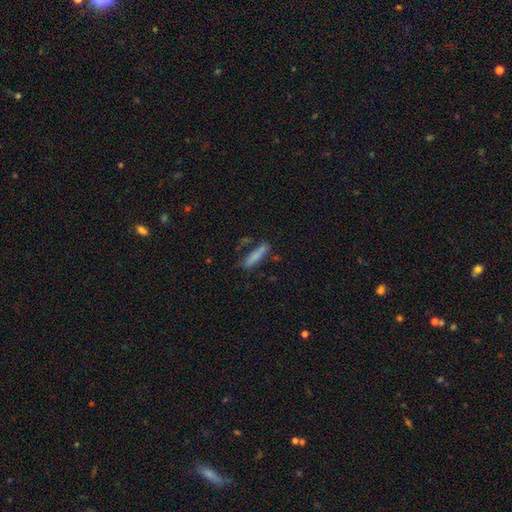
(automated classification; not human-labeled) Q: Smooth or featured?
A: smooth (78%); runner-up: featured or disk (14%)
Q: How rounded?
A: cigar-shaped (81%); runner-up: in between (18%)
Q: Merging?
A: none (67%); runner-up: minor disturbance (19%)